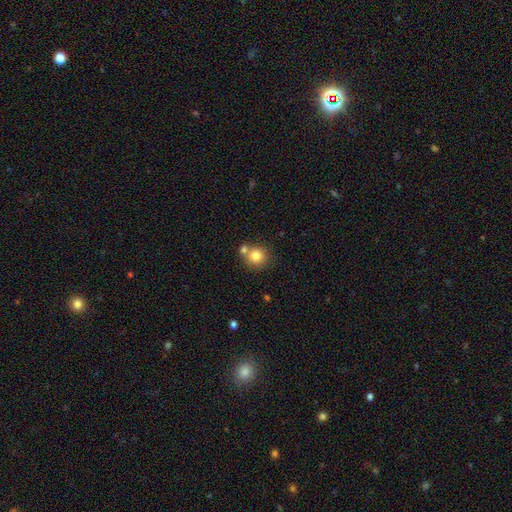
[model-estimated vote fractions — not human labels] smooth 80%, star or artifact 10%, featured or disk 10%. Down the decision tree: how rounded — round (87%); merging — none (59%).